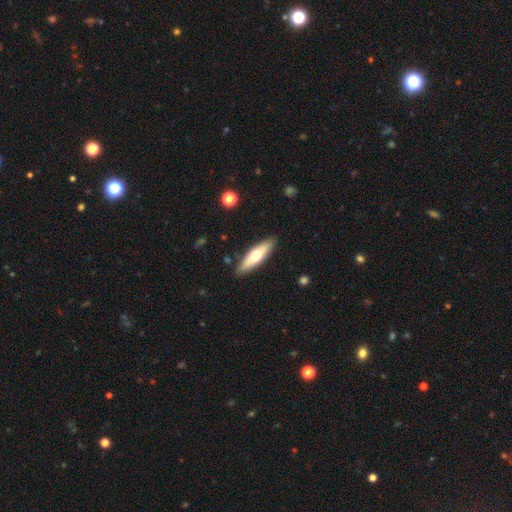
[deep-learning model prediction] Smooth or featured?
  - smooth: 54% *
  - featured or disk: 40%
  - star or artifact: 5%
How rounded?
  - cigar-shaped: 53% *
  - in between: 45%
  - round: 2%
Merging?
  - none: 88% *
  - minor disturbance: 9%
  - major disturbance: 2%
  - merger: 1%